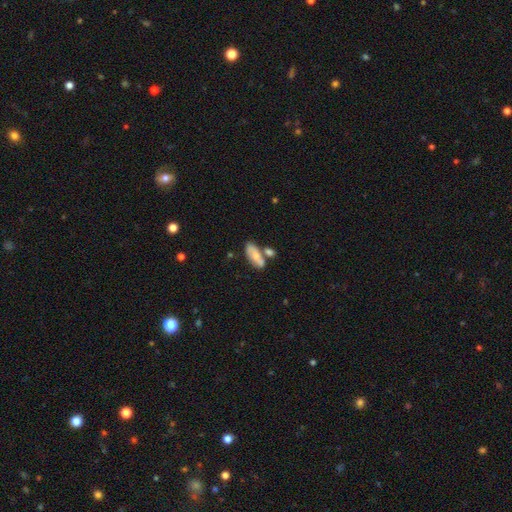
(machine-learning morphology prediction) Smooth or featured?
  - smooth: 65% *
  - featured or disk: 28%
  - star or artifact: 7%
How rounded?
  - in between: 78% *
  - cigar-shaped: 19%
  - round: 3%
Merging?
  - none: 49% *
  - merger: 31%
  - minor disturbance: 15%
  - major disturbance: 5%